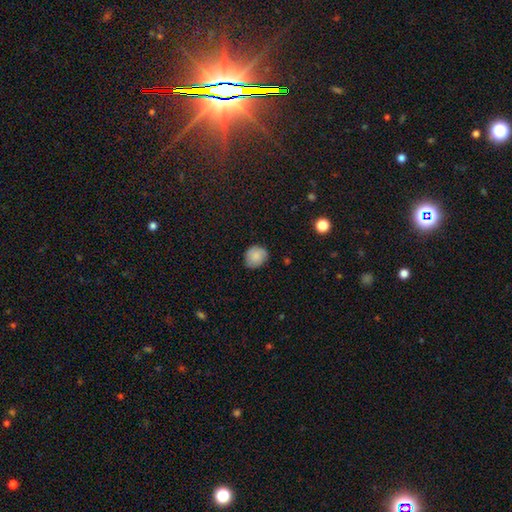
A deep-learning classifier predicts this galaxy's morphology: A smooth galaxy with no disk features (80%) that is round (76%). Merging: none (77%).